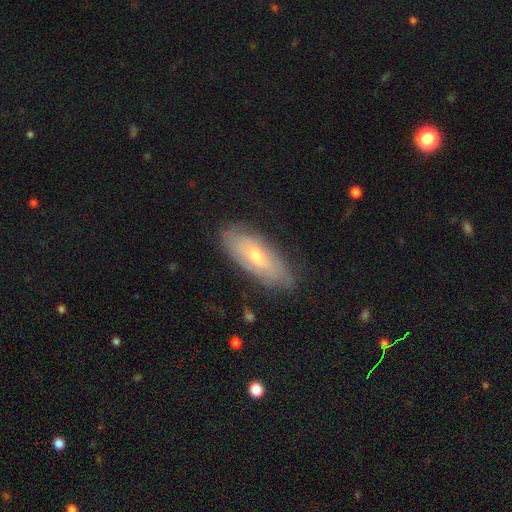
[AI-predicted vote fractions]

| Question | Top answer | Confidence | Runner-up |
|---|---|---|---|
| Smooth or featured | featured or disk | 59% | smooth (34%) |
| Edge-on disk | no | 83% | yes (17%) |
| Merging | none | 78% | minor disturbance (17%) |